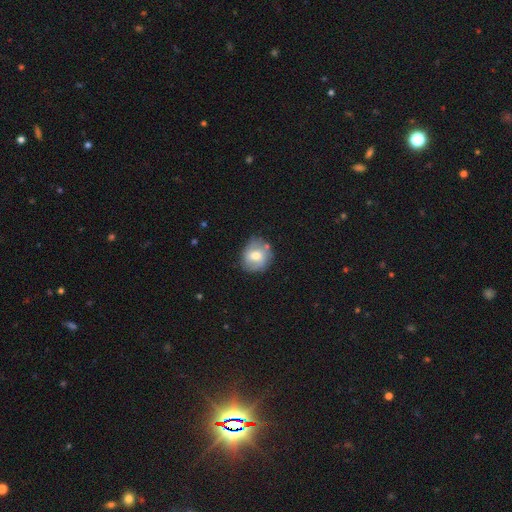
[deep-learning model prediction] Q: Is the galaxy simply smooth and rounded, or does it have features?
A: smooth — 59%.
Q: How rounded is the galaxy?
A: round — 73%.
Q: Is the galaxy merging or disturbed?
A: none — 68%.